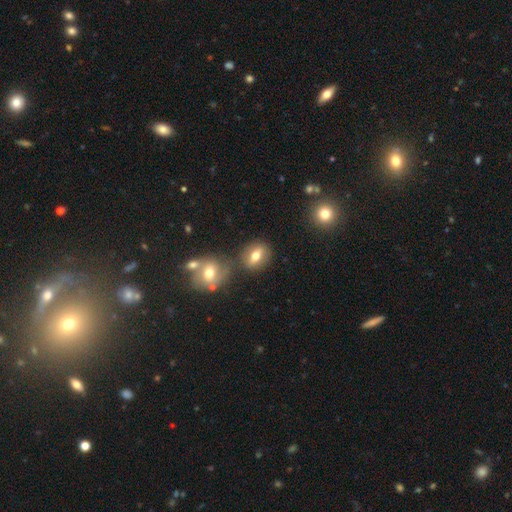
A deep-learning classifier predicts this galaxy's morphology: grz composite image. It shows a smooth galaxy with no disk features (70%) that is in between round and cigar-shaped (63%). Merging: none (69%).